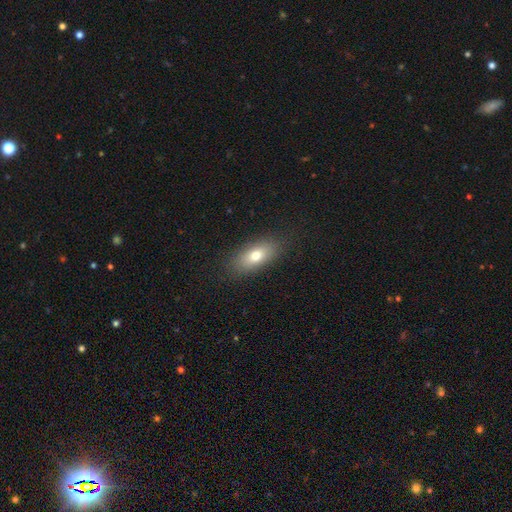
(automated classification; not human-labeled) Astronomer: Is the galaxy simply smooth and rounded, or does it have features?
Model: smooth — 74%.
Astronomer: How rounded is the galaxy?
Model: in between — 81%.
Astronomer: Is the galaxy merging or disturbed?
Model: none — 86%.